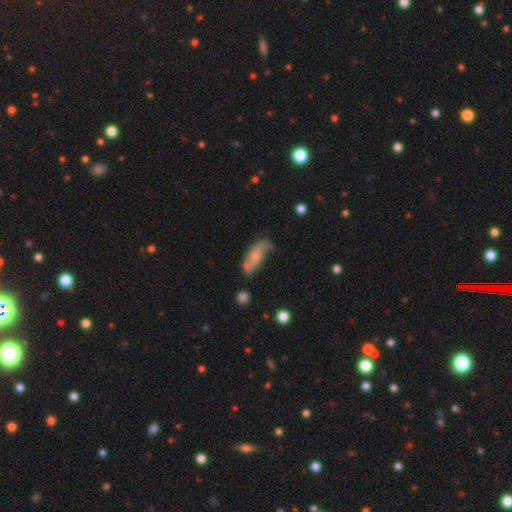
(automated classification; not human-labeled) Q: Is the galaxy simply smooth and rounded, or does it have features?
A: smooth — 59%.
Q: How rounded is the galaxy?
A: in between — 73%.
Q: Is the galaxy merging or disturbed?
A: none — 40%.